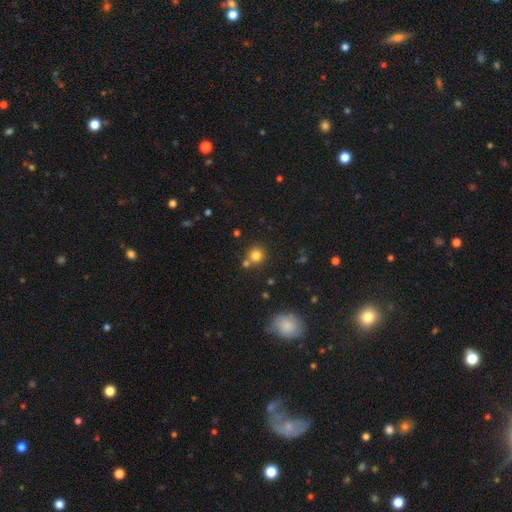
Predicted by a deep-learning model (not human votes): Overall: smooth (80%). How rounded: round (90%). Merging: none (70%).